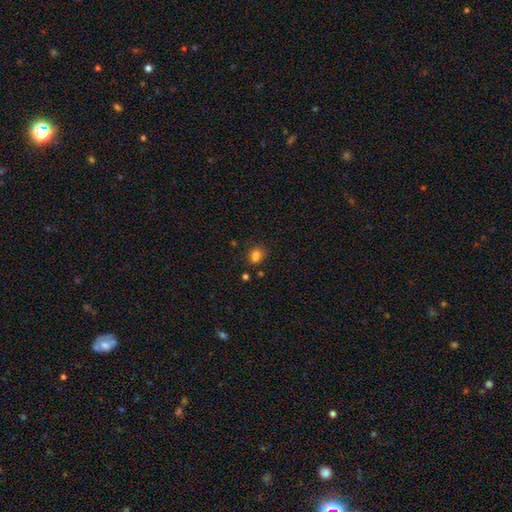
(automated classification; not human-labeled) A smooth galaxy with no disk features (77%) that is in between round and cigar-shaped (53%). Merging: none (64%).